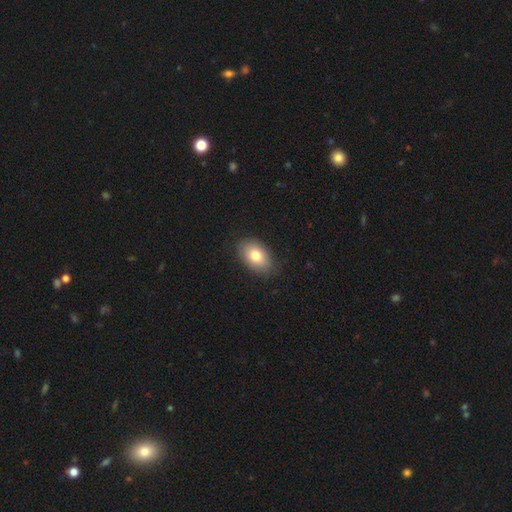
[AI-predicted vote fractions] Smooth or featured: smooth — 79% (featured or disk — 13%)
How rounded: in between — 89% (round — 9%)
Merging: none — 85% (minor disturbance — 12%)